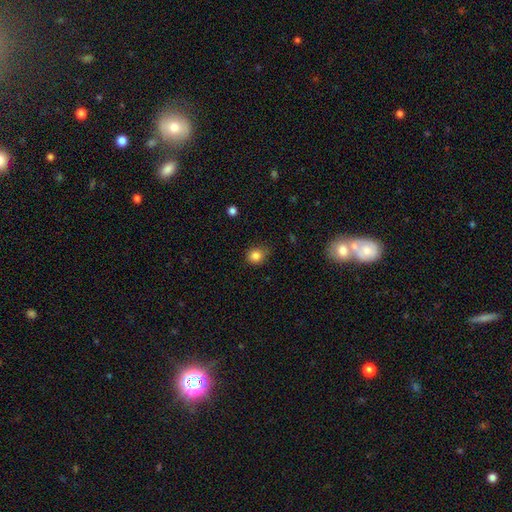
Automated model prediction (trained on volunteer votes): smooth-or-featured: smooth: 84% | star or artifact: 11% | featured or disk: 5%
  how-rounded: round: 77% | in between: 22% | cigar-shaped: 1%
  merging: none: 76% | minor disturbance: 20% | major disturbance: 4% | merger: 1%